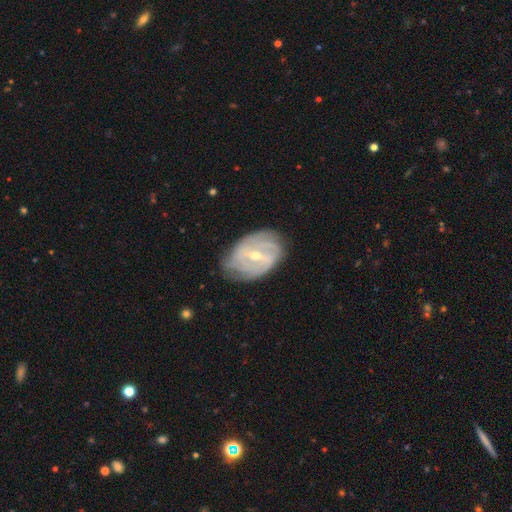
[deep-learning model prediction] A featured or disk galaxy (86%) with a weak bar (46%), tight (62%) spiral arms (93%) and a small central bulge (51%).

Vote fractions:
- Smooth or featured? featured or disk: 86% / smooth: 9% / star or artifact: 5%
- Edge-on disk? no: 96% / yes: 4%
- Bar? weak: 46% / strong: 37% / no: 17%
- Spiral arms? yes: 93% / no: 7%
- Spiral winding? tight: 62% / medium: 29% / loose: 9%
- Spiral arm count? can't tell: 32% / 2: 28% / 3: 19% / 4: 12% / more than 4: 5% / 1: 5%
- Bulge size? small: 51% / moderate: 47% / large: 1% / none: 1% / dominant: 1%
- Merging? none: 71% / minor disturbance: 21% / major disturbance: 6% / merger: 1%